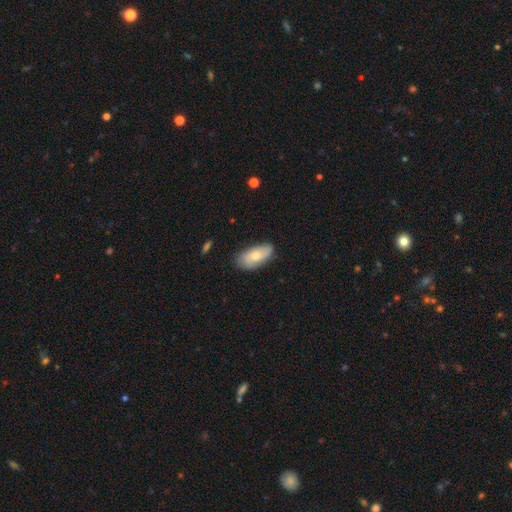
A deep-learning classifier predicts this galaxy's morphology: Smooth or featured: smooth — 61% (featured or disk — 32%)
How rounded: in between — 91% (cigar-shaped — 7%)
Merging: none — 76% (minor disturbance — 19%)